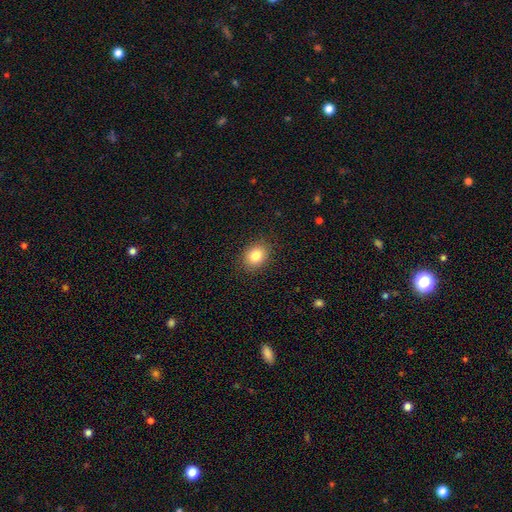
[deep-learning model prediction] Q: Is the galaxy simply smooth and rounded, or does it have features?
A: smooth — 83%.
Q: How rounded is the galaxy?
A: round — 52%.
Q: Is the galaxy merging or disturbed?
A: none — 89%.